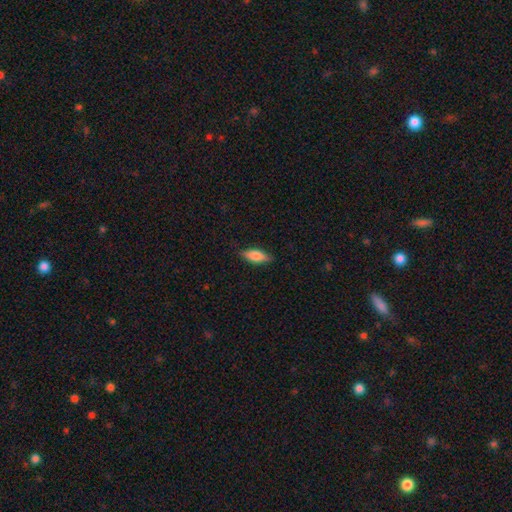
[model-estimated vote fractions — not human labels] Overall: smooth (75%). How rounded: in between (71%). Merging: none (84%).